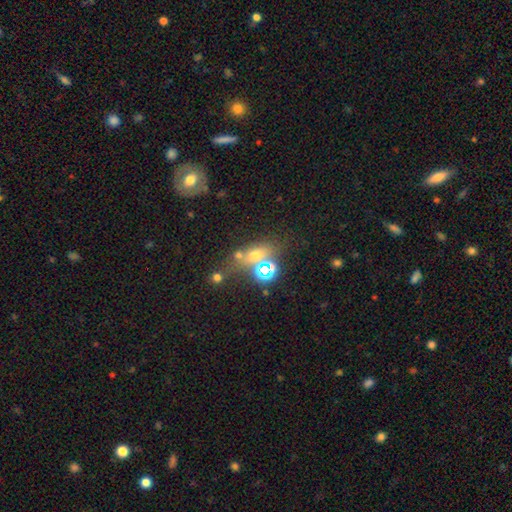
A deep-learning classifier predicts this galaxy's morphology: Q: Smooth or featured?
A: smooth (50%); runner-up: star or artifact (33%)
Q: How rounded?
A: in between (53%); runner-up: round (40%)
Q: Merging?
A: none (50%); runner-up: merger (28%)